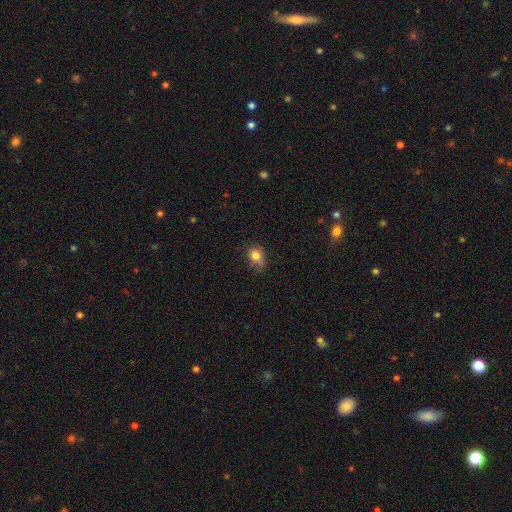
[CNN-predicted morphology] Smooth or featured? smooth (82%)
How rounded? round (57%)
Merging? none (51%)